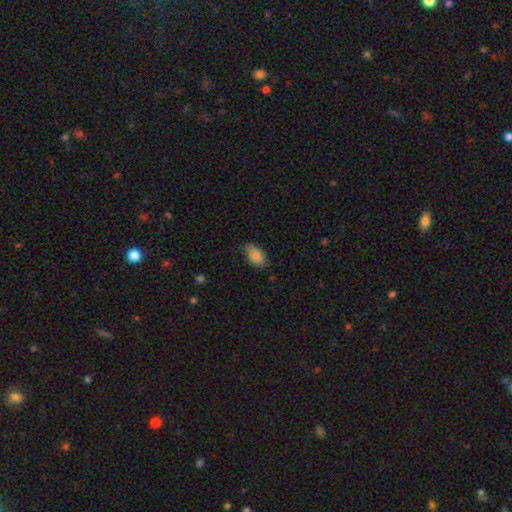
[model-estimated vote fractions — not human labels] smooth 81%, featured or disk 12%, star or artifact 7%. Down the decision tree: how rounded — in between (92%); merging — none (74%).